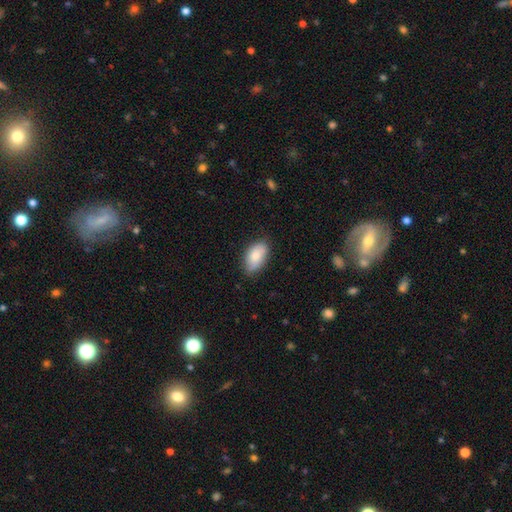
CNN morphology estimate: Q: Smooth or featured?
A: smooth (79%); runner-up: featured or disk (14%)
Q: How rounded?
A: in between (93%); runner-up: round (4%)
Q: Merging?
A: none (76%); runner-up: minor disturbance (19%)